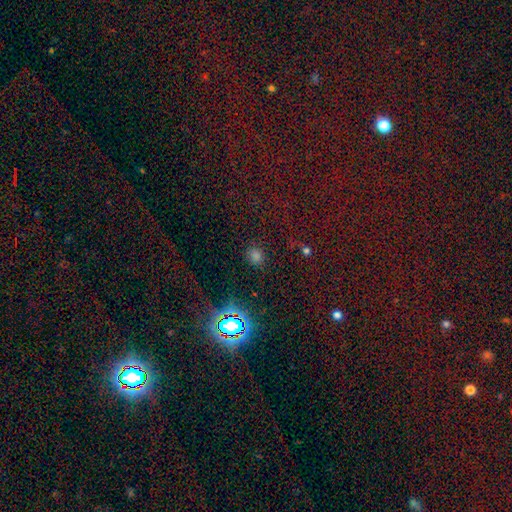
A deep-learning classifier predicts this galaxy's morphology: A smooth galaxy with no disk features (63%) that is round (73%).

Vote fractions:
- Smooth or featured? smooth: 63% / star or artifact: 31% / featured or disk: 6%
- How rounded? round: 73% / in between: 25% / cigar-shaped: 2%
- Merging? none: 84% / minor disturbance: 10% / major disturbance: 4% / merger: 2%